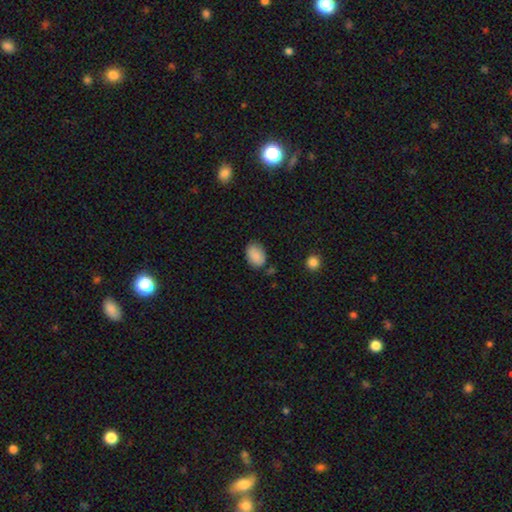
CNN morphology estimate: A smooth galaxy with no disk features (88%) that is in between round and cigar-shaped (82%). Merging: none (75%).